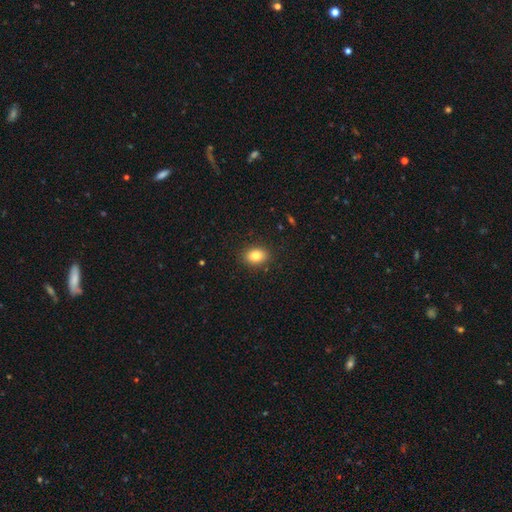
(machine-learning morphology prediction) type=smooth (83%); roundness=in between (70%); merging=none (89%).